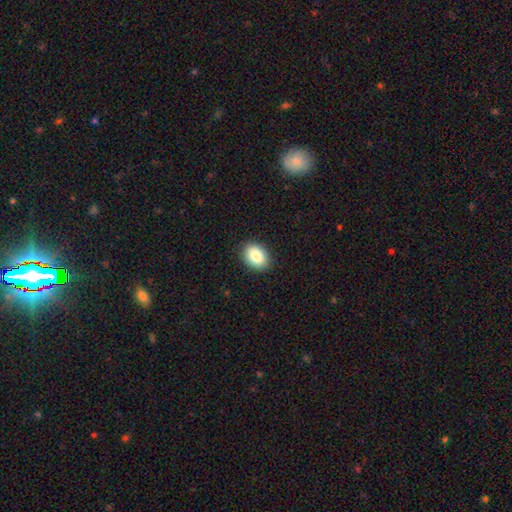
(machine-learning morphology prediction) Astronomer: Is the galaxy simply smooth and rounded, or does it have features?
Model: smooth — 87%.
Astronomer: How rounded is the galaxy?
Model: in between — 74%.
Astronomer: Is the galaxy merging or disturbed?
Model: none — 90%.